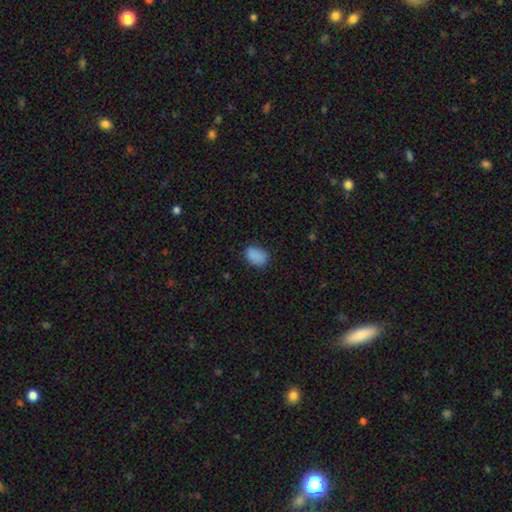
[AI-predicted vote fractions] The model was most divided on "merging": none: 80%, minor disturbance: 15%, major disturbance: 3%, merger: 1%. More confident: smooth or featured — smooth (87%); how rounded — in between (83%).